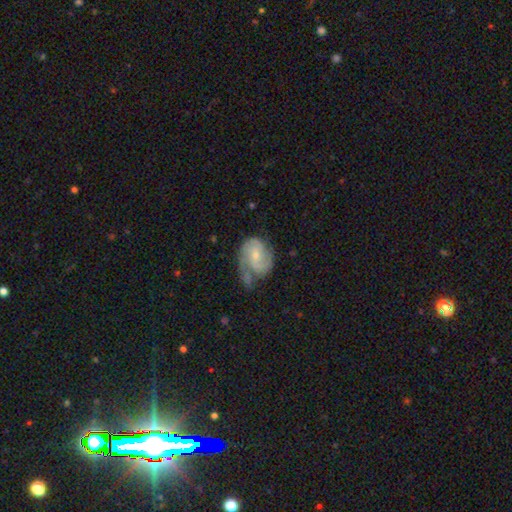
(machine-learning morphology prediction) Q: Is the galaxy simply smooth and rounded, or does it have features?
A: featured or disk — 70%.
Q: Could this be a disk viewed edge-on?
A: no — 98%.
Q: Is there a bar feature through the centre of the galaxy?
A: no — 59%.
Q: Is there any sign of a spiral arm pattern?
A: yes — 90%.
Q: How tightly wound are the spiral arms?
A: medium — 43%.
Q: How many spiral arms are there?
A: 2 — 48%.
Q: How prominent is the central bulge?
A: small — 63%.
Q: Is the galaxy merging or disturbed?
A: none — 38%.